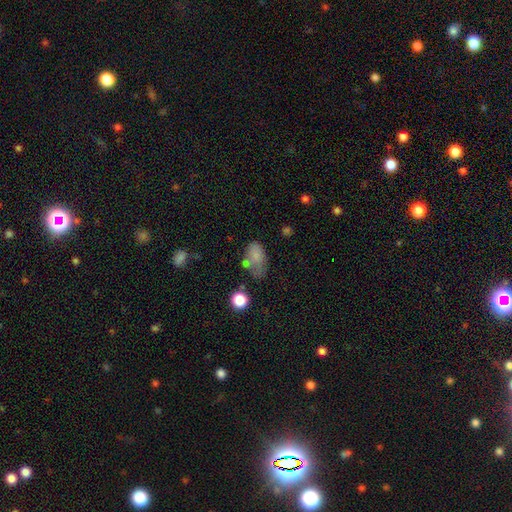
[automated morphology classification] The model was most divided on "merging": none: 37%, minor disturbance: 30%, major disturbance: 20%, merger: 13%. More confident: how rounded — in between (88%); smooth or featured — smooth (74%).